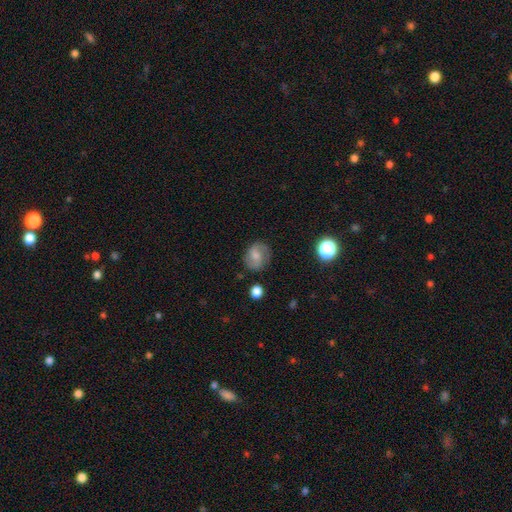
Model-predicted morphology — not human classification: A featured or disk galaxy (55%) with no bar (45%), spiral arms (89%) and a moderate central bulge (40%). Merging: none (77%).